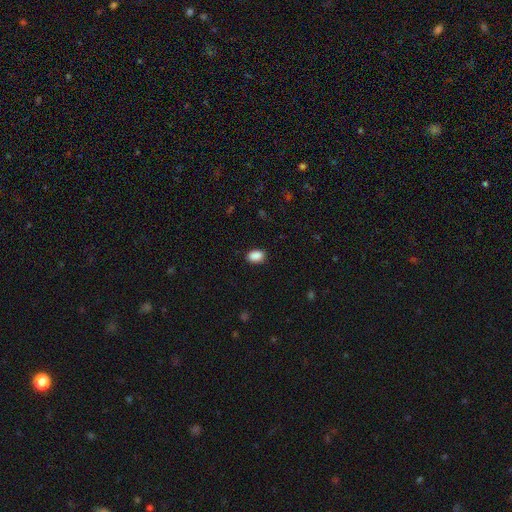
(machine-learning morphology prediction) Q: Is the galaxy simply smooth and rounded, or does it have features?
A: smooth — 89%.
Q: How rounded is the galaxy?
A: in between — 84%.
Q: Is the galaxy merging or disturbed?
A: none — 86%.